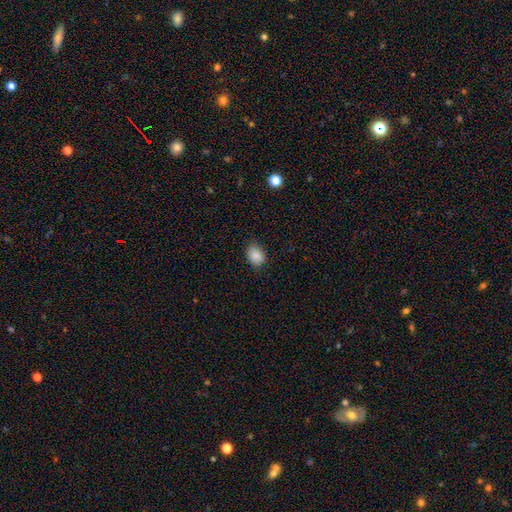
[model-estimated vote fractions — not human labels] Smooth or featured? smooth (85%)
How rounded? in between (66%)
Merging? none (78%)